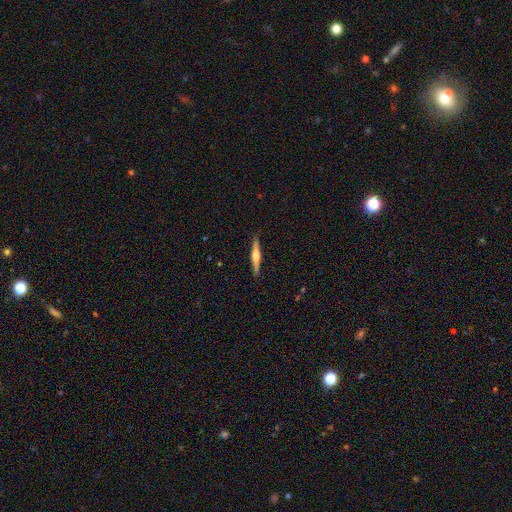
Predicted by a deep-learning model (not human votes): This is likely a featured or disk galaxy (63%). It is clearly viewed edge-on (98%). Edge-on bulge: likely rounded (78%). Merging: clearly none (90%).